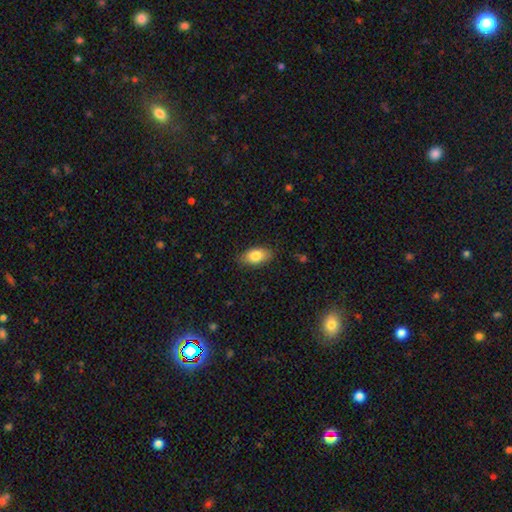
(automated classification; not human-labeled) Q: Smooth or featured?
A: smooth (83%); runner-up: featured or disk (10%)
Q: How rounded?
A: in between (92%); runner-up: round (5%)
Q: Merging?
A: none (85%); runner-up: minor disturbance (12%)